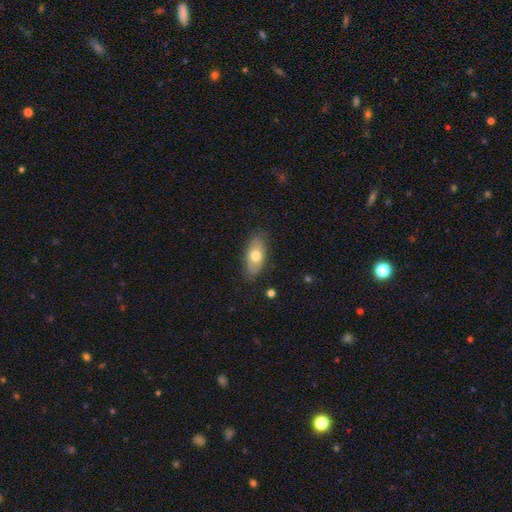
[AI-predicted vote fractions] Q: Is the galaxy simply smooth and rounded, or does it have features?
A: smooth — 64%.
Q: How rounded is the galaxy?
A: in between — 88%.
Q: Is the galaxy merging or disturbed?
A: none — 79%.